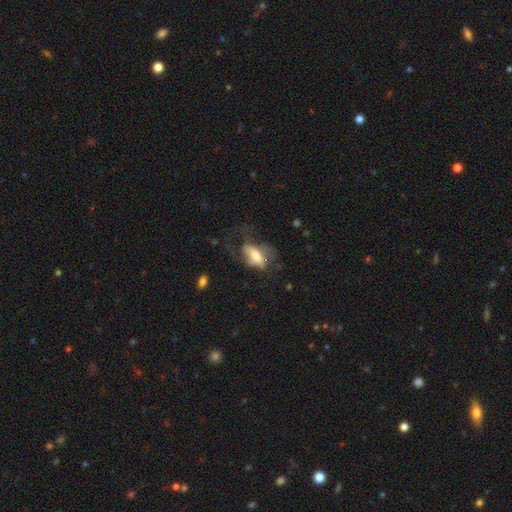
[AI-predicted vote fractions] This appears to be a smooth galaxy with no disk features (55%) that is in between round and cigar-shaped (84%). Merging: major disturbance (42%).